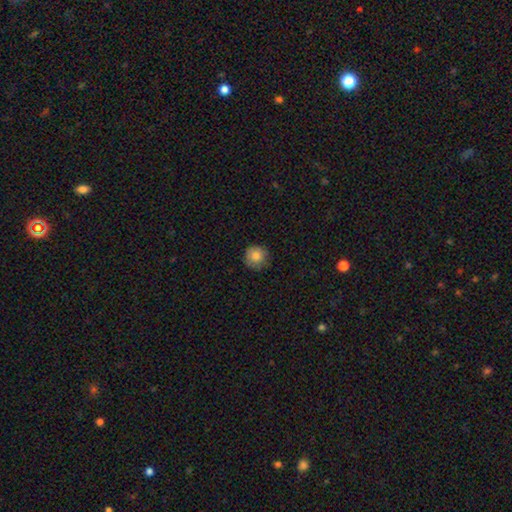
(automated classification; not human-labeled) Smooth or featured: smooth — 83% (star or artifact — 9%)
How rounded: round — 94% (in between — 5%)
Merging: none — 85% (minor disturbance — 12%)